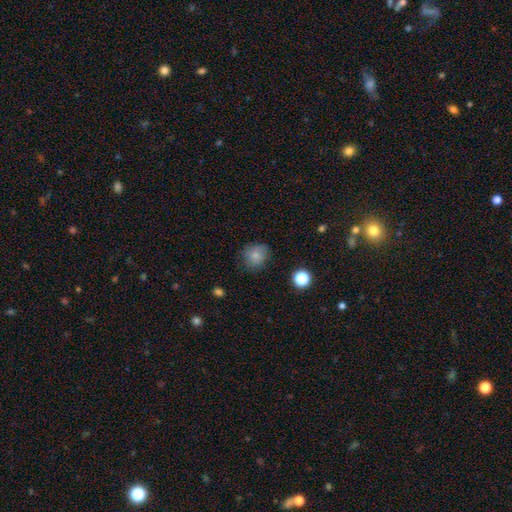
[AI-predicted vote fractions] A smooth galaxy with no disk features (79%) that is round (79%).

Vote fractions:
- Smooth or featured? smooth: 79% / star or artifact: 12% / featured or disk: 9%
- How rounded? round: 79% / in between: 20% / cigar-shaped: 1%
- Merging? none: 75% / minor disturbance: 19% / major disturbance: 5% / merger: 2%